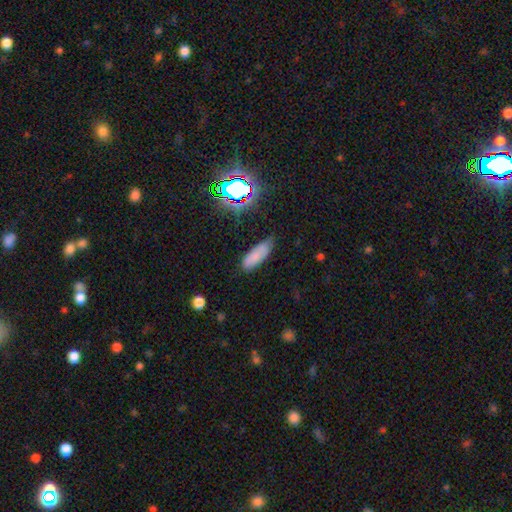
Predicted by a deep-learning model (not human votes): Smooth or featured?
  - smooth: 77% *
  - star or artifact: 12%
  - featured or disk: 11%
How rounded?
  - in between: 66% *
  - cigar-shaped: 32%
  - round: 2%
Merging?
  - none: 72% *
  - minor disturbance: 21%
  - major disturbance: 5%
  - merger: 2%